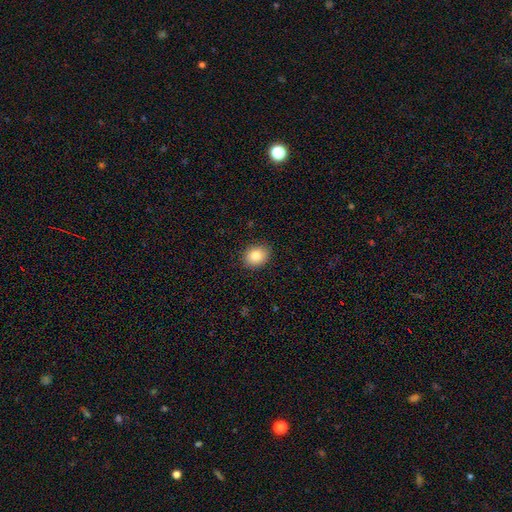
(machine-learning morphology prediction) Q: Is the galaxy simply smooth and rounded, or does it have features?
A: smooth — 85%.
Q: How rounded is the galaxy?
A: round — 51%.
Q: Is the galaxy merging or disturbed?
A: none — 89%.